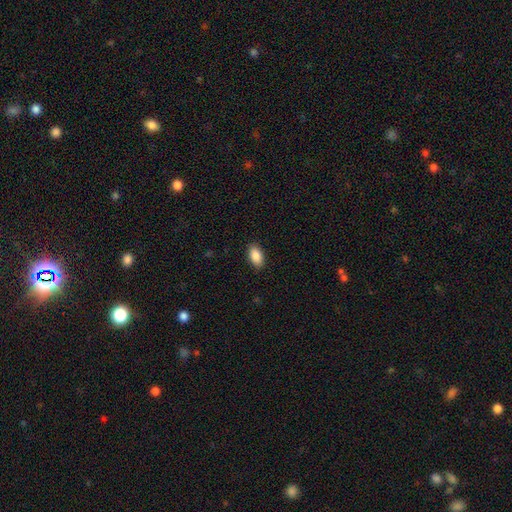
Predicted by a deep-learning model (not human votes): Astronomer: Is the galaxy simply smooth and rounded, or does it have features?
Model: smooth — 88%.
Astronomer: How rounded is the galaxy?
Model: in between — 93%.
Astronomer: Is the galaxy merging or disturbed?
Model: none — 89%.